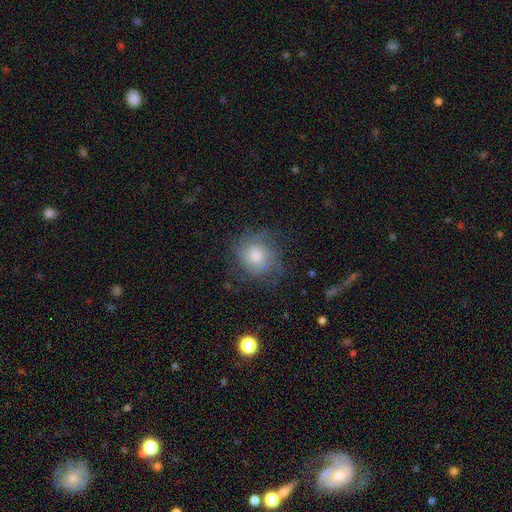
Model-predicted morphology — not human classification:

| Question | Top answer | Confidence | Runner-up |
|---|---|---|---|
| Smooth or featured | featured or disk | 48% | smooth (41%) |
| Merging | none | 65% | minor disturbance (20%) |